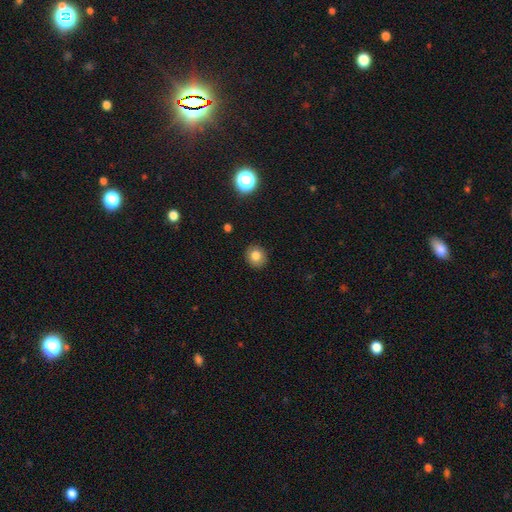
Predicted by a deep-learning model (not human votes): smooth-or-featured: smooth: 81% | star or artifact: 12% | featured or disk: 8%
  how-rounded: round: 83% | in between: 16% | cigar-shaped: 1%
  merging: none: 90% | minor disturbance: 7% | major disturbance: 2% | merger: 1%